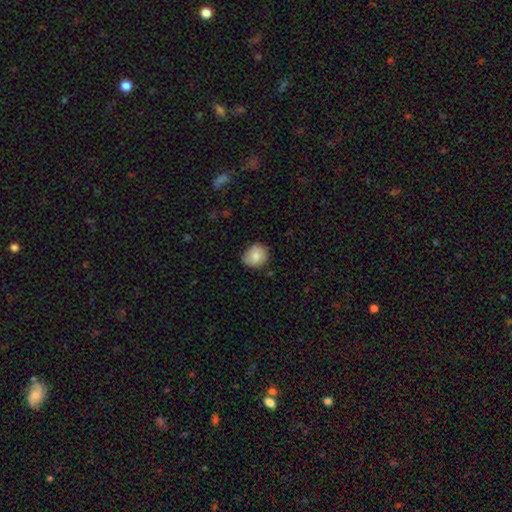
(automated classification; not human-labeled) Q: Smooth or featured?
A: smooth (79%); runner-up: featured or disk (13%)
Q: How rounded?
A: round (72%); runner-up: in between (27%)
Q: Merging?
A: none (72%); runner-up: minor disturbance (24%)